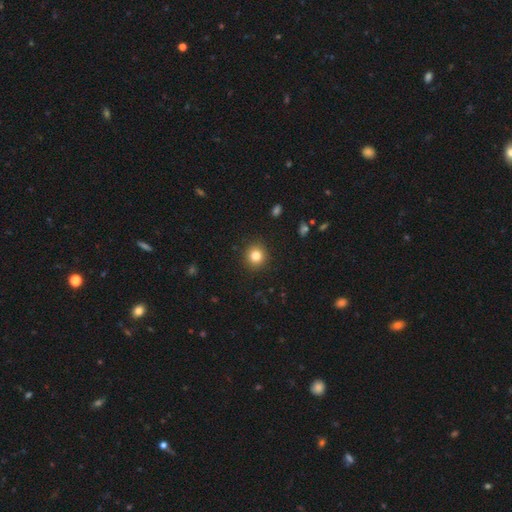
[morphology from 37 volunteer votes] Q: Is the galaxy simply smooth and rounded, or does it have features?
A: smooth — 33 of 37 (89%).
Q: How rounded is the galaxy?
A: round — 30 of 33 (91%).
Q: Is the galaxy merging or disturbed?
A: none — 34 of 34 (100%).